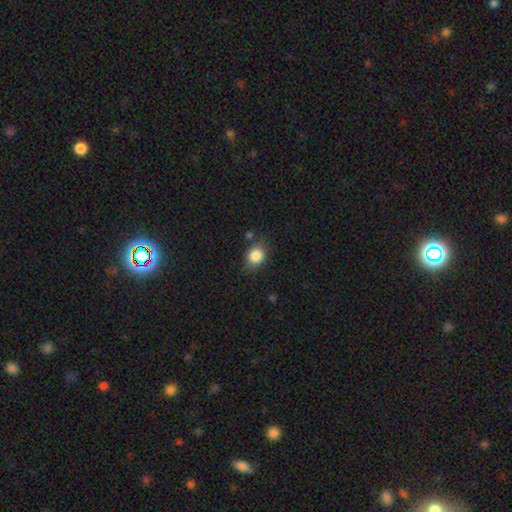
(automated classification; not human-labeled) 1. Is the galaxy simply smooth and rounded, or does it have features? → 85% smooth, 10% star or artifact, 6% featured or disk.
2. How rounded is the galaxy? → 55% round, 44% in between, 1% cigar-shaped.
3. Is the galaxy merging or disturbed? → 75% none, 17% minor disturbance, 4% major disturbance, 4% merger.